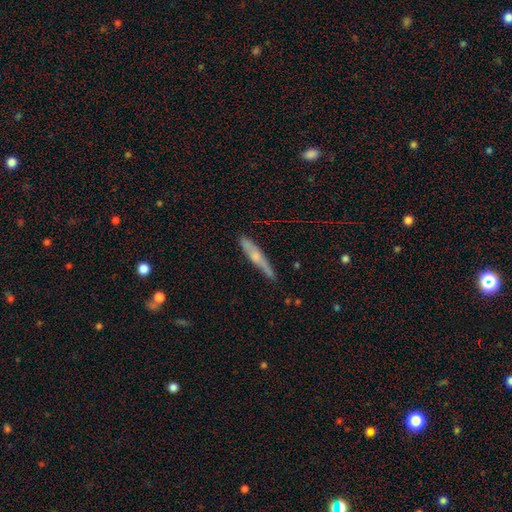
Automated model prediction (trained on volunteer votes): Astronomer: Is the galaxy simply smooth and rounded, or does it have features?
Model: featured or disk — 52% (runner-up: smooth, 42%).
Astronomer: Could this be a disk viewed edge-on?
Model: yes — 90%.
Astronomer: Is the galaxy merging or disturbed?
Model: none — 76%.